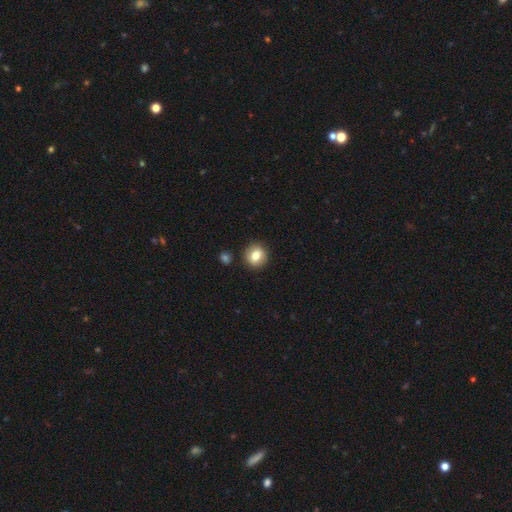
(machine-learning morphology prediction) A smooth galaxy with no disk features (77%) that is round (83%). Merging: none (88%).